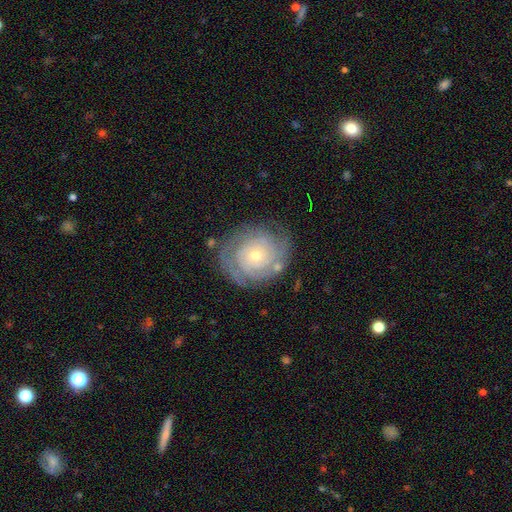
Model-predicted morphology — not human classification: Overall: featured or disk (82%). Edge-on disk: no (97%). Bar: no (82%). Spiral arms: yes (93%). Spiral arm count: can't tell (35%; 2 21%). Spiral winding: tight (81%). Bulge size: small (64%; moderate 33%). Merging: none (77%).